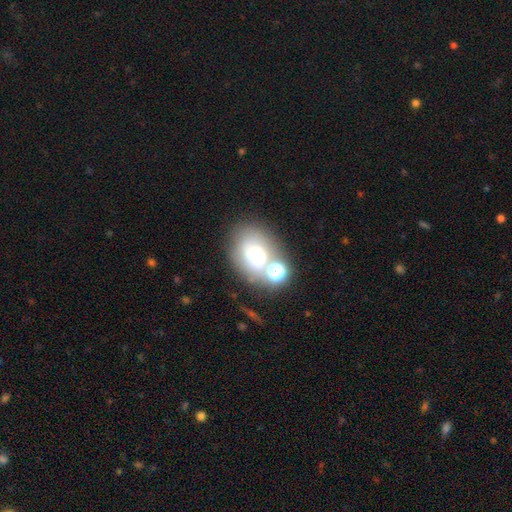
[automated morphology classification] Smooth or featured? Predicted: smooth (p=0.52). How rounded? Predicted: in between (p=0.63). Merging? Predicted: none (p=0.43).